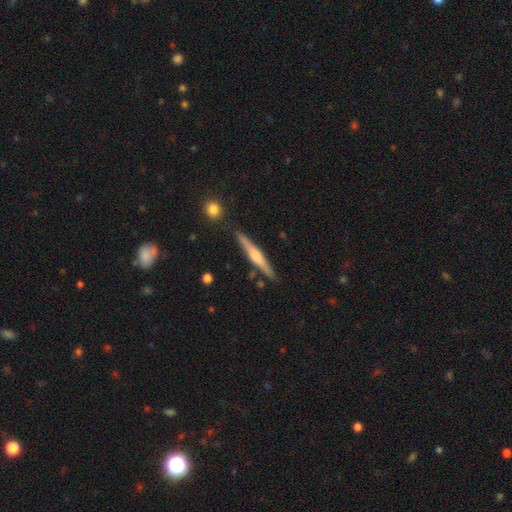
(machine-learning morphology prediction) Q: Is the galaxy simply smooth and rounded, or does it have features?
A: featured or disk — 63%.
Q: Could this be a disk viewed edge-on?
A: yes — 97%.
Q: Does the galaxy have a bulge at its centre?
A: rounded — 73%.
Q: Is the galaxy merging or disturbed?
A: none — 87%.